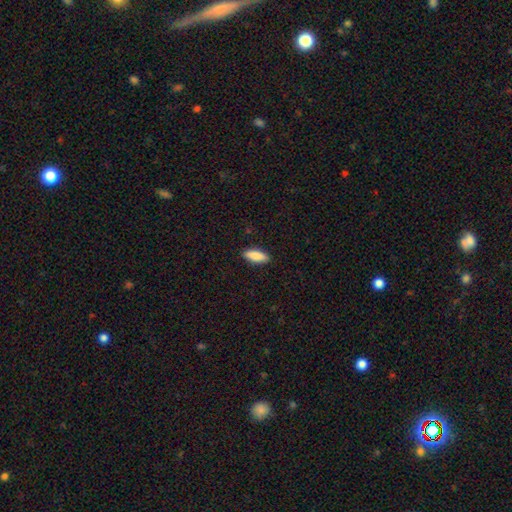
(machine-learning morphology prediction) type=smooth (88%); roundness=in between (70%); merging=none (90%).